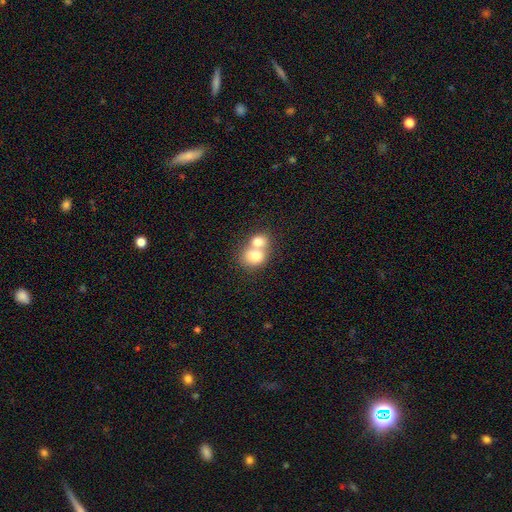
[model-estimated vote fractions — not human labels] Smooth or featured? smooth (74%)
How rounded? round (62%)
Merging? merger (72%)